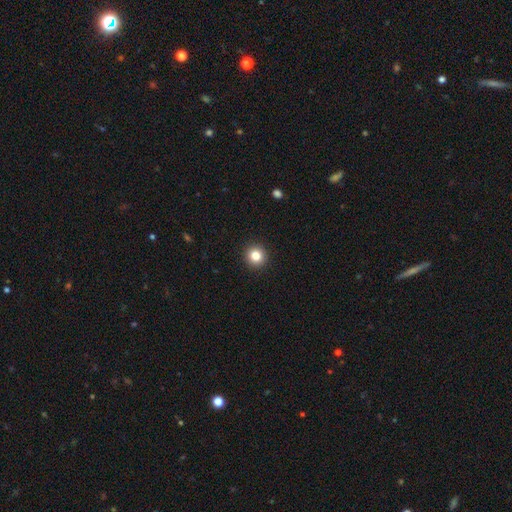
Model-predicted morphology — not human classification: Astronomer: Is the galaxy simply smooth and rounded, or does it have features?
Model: smooth — 83%.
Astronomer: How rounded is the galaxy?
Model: round — 95%.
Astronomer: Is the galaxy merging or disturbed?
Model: none — 94%.